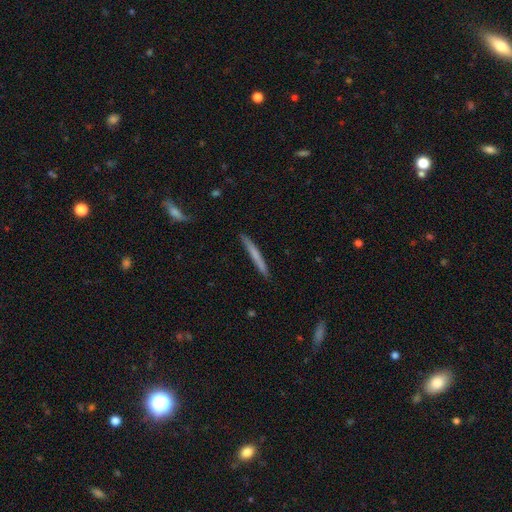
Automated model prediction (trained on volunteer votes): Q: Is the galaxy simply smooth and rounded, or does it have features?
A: smooth — 58%.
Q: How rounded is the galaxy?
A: cigar-shaped — 97%.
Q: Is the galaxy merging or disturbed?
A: none — 89%.